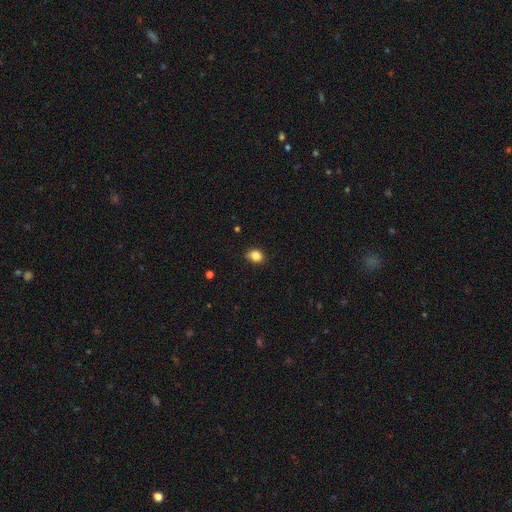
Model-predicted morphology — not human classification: A smooth galaxy with no disk features (84%) that is round (60%). Merging: none (79%).